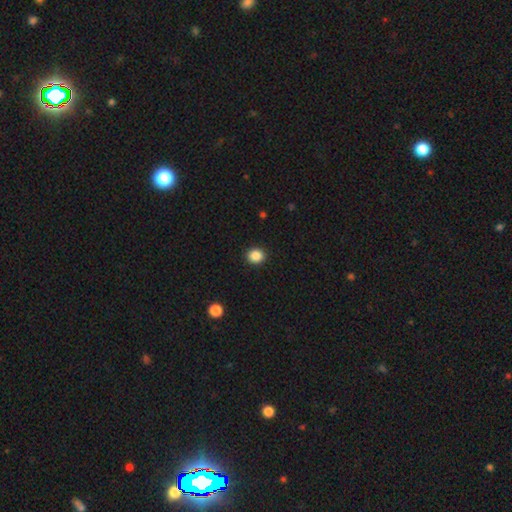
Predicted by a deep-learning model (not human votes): Morphology: type=smooth (87%); roundness=round (82%); merging=none (92%).